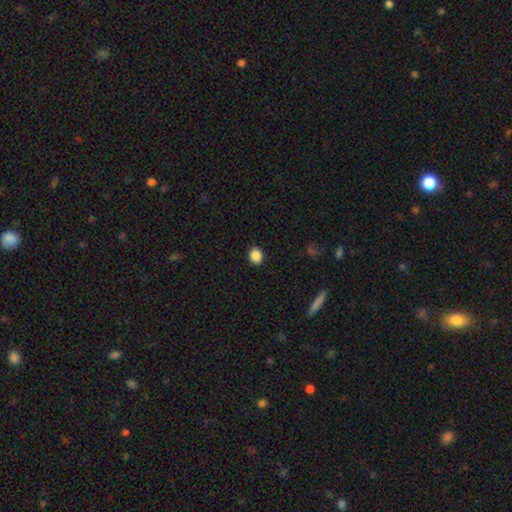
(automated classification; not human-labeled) Q: Smooth or featured?
A: smooth (88%); runner-up: star or artifact (9%)
Q: How rounded?
A: round (54%); runner-up: in between (45%)
Q: Merging?
A: none (90%); runner-up: minor disturbance (7%)